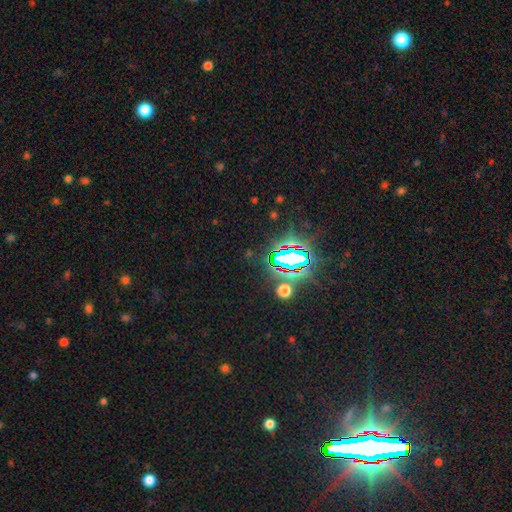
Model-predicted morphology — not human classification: A star or artifact, not a galaxy (80%).

Vote fractions:
- Smooth or featured? star or artifact: 80% / smooth: 12% / featured or disk: 8%